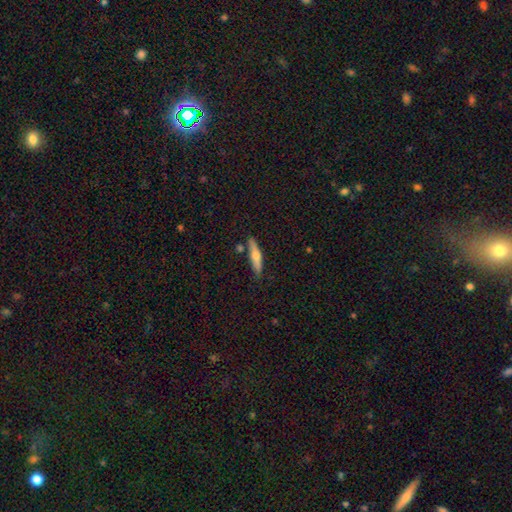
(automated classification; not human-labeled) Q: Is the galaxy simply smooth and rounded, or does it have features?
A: smooth — 51%.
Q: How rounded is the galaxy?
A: cigar-shaped — 83%.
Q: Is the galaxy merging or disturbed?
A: none — 78%.